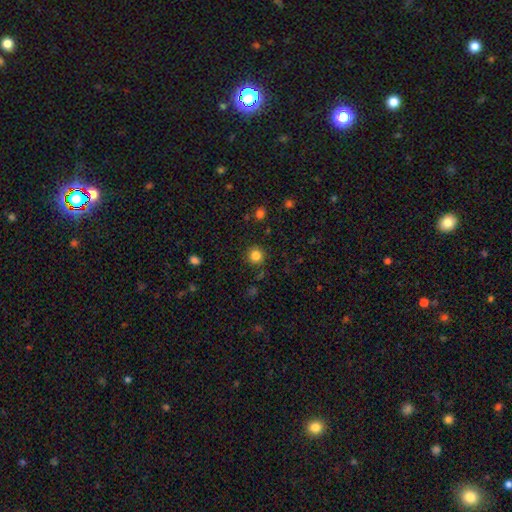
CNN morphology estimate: Smooth or featured?
  - smooth: 83% *
  - star or artifact: 12%
  - featured or disk: 4%
How rounded?
  - round: 94% *
  - in between: 5%
  - cigar-shaped: 1%
Merging?
  - none: 88% *
  - minor disturbance: 7%
  - major disturbance: 3%
  - merger: 2%